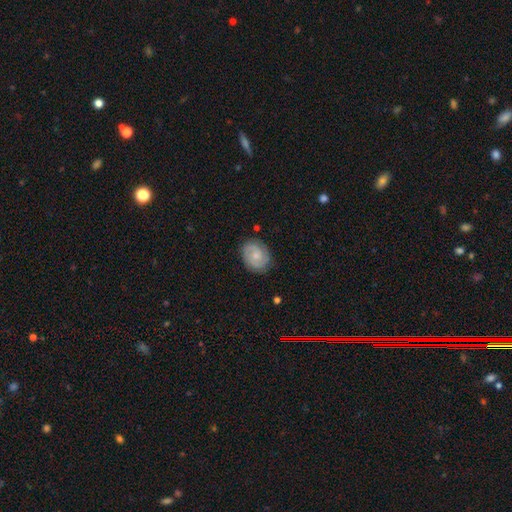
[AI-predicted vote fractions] featured or disk 66%, smooth 28%, star or artifact 6%. Down the decision tree: edge-on disk — no (98%); bar — no (69%); spiral arms — yes (91%); spiral arm count — 2 (73%); spiral winding — tight (59%); bulge size — small (57%); merging — none (82%).